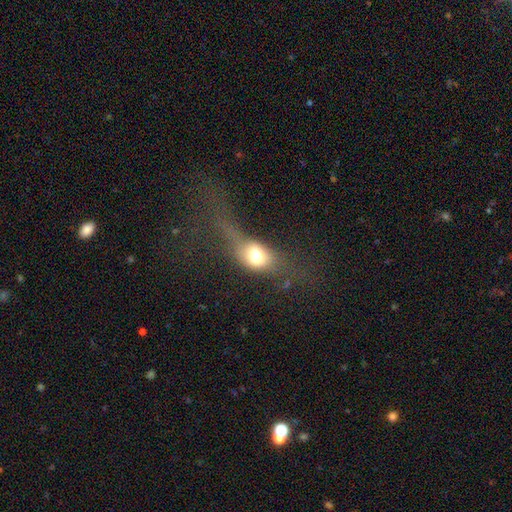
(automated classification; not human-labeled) A smooth galaxy with no disk features (62%) that is in between round and cigar-shaped (61%). Merging: major disturbance (40%).